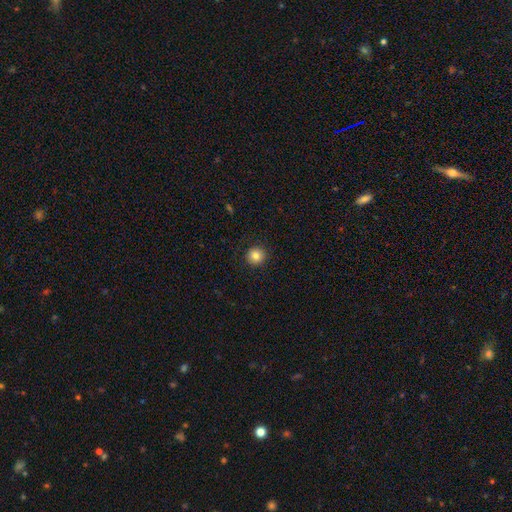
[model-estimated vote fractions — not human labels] Smooth or featured? smooth (83%)
How rounded? round (94%)
Merging? none (92%)